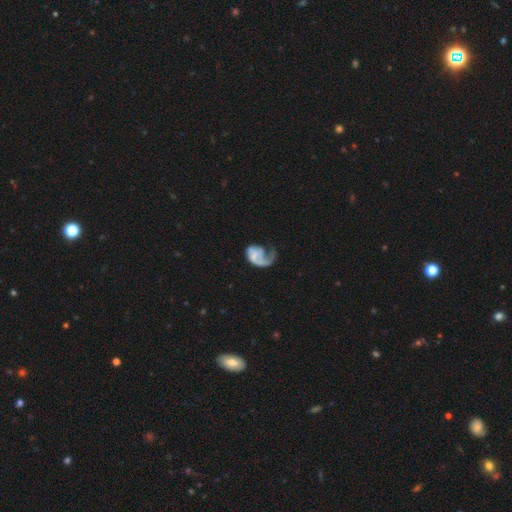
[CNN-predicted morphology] type=featured or disk (71%); edge-on=no (98%); bar=no (71%); spiral arms=yes (84%); winding=loose (56%); arm count=1 (77%); bulge=none (47%); merging=major disturbance (53%).